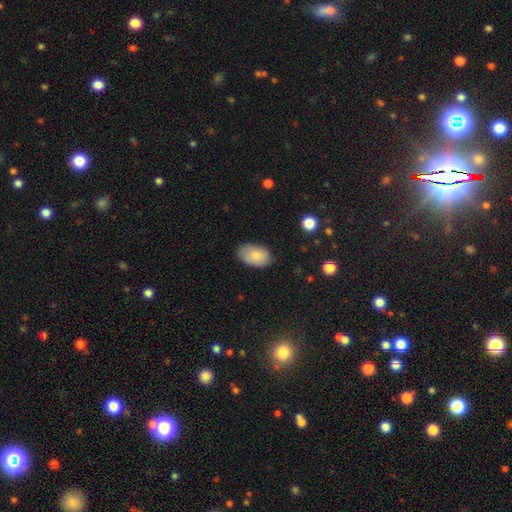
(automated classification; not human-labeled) smooth-or-featured: smooth: 81% | featured or disk: 12% | star or artifact: 7%
  how-rounded: in between: 92% | round: 7% | cigar-shaped: 1%
  merging: none: 77% | minor disturbance: 18% | major disturbance: 3% | merger: 1%